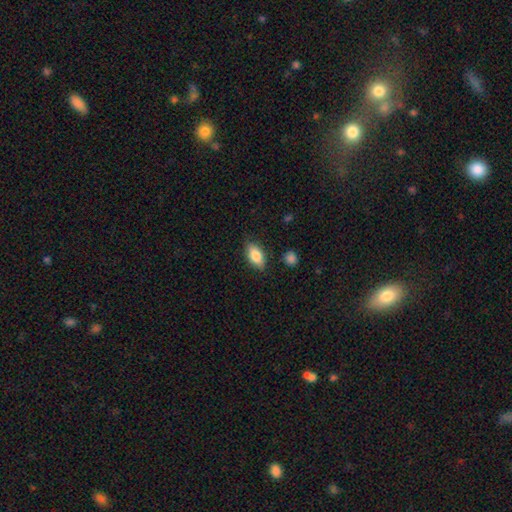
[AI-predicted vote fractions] smooth-or-featured: smooth: 80% | featured or disk: 13% | star or artifact: 7%
  how-rounded: in between: 88% | cigar-shaped: 8% | round: 5%
  merging: none: 82% | minor disturbance: 13% | major disturbance: 3% | merger: 2%